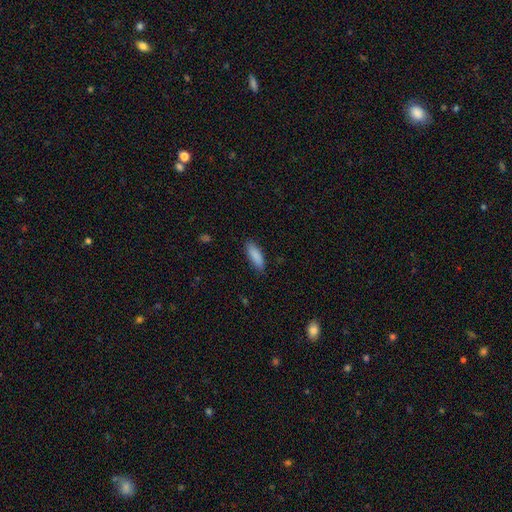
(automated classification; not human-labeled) This appears to be a smooth galaxy with no disk features (88%) that is in between round and cigar-shaped (60%). Merging: none (84%).